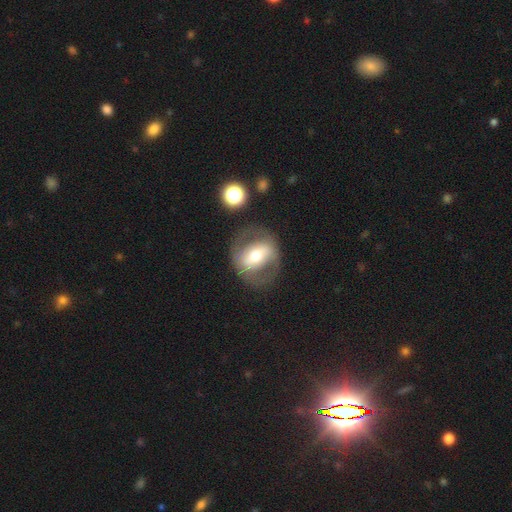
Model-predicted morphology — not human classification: Smooth or featured? featured or disk (55%)
Edge-on disk? no (92%)
Bar? strong (44%)
Spiral arms? no (70%)
Bulge size? moderate (56%)
Merging? none (69%)